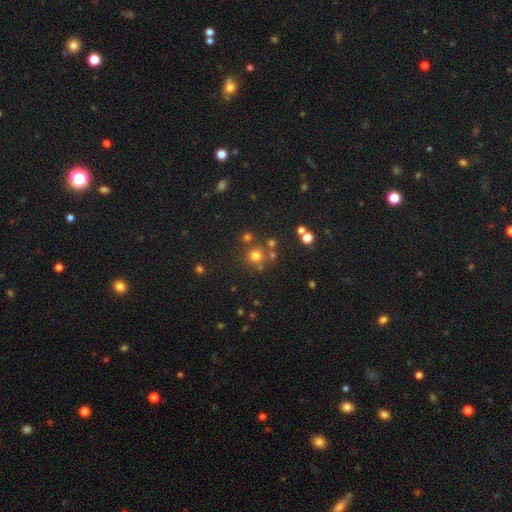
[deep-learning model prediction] smooth-or-featured: smooth: 70% | star or artifact: 22% | featured or disk: 8%
  how-rounded: round: 90% | in between: 9% | cigar-shaped: 1%
  merging: none: 71% | merger: 16% | minor disturbance: 9% | major disturbance: 4%